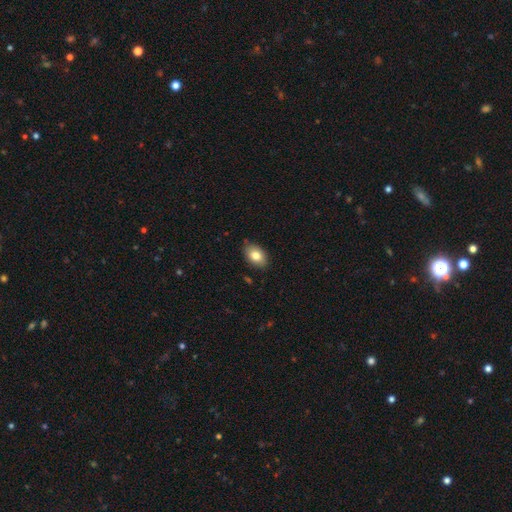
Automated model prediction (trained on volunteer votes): smooth 81%, featured or disk 11%, star or artifact 8%. Down the decision tree: how rounded — in between (87%); merging — none (84%).